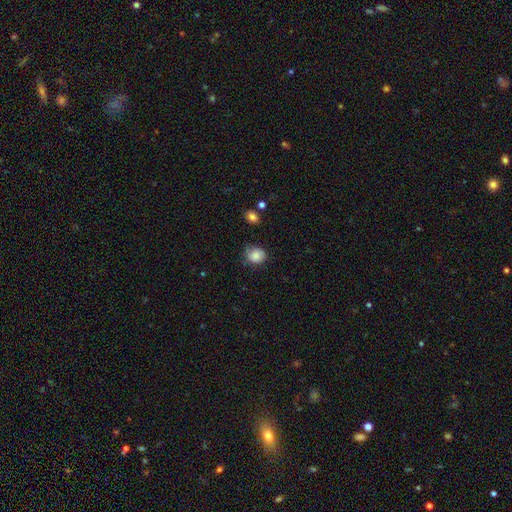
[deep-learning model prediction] Smooth or featured?
  - smooth: 83% *
  - star or artifact: 9%
  - featured or disk: 8%
How rounded?
  - round: 69% *
  - in between: 30%
  - cigar-shaped: 1%
Merging?
  - none: 61% *
  - minor disturbance: 30%
  - major disturbance: 7%
  - merger: 2%